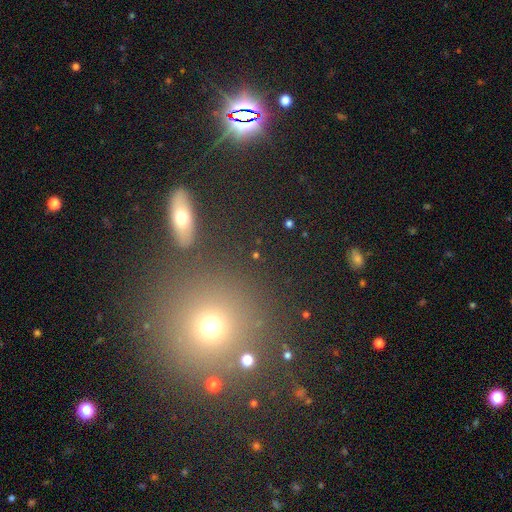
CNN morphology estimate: Smooth or featured? smooth (48%)
Merging? none (82%)